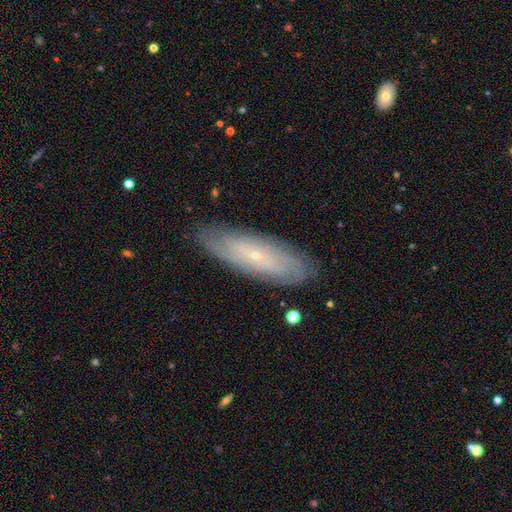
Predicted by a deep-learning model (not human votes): Smooth or featured: featured or disk — 68% (smooth — 24%)
Edge-on disk: no — 76% (yes — 24%)
Bar: no — 78% (weak — 18%)
Spiral arms: yes — 82% (no — 18%)
Bulge size: small — 88% (moderate — 9%)
Merging: none — 84% (minor disturbance — 12%)